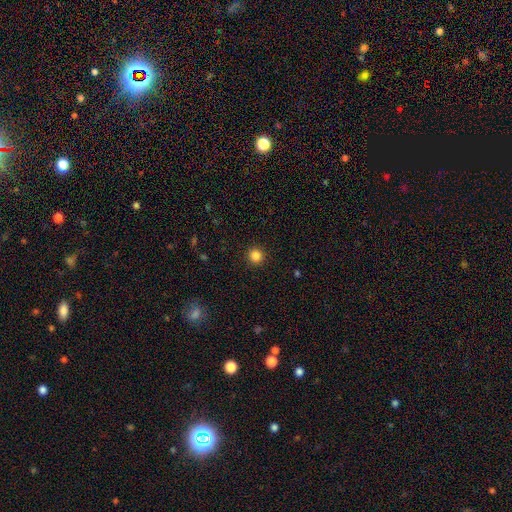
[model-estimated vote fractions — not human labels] The model was most divided on "smooth or featured": smooth: 85%, star or artifact: 12%, featured or disk: 4%. More confident: how rounded — round (94%); merging — none (93%).